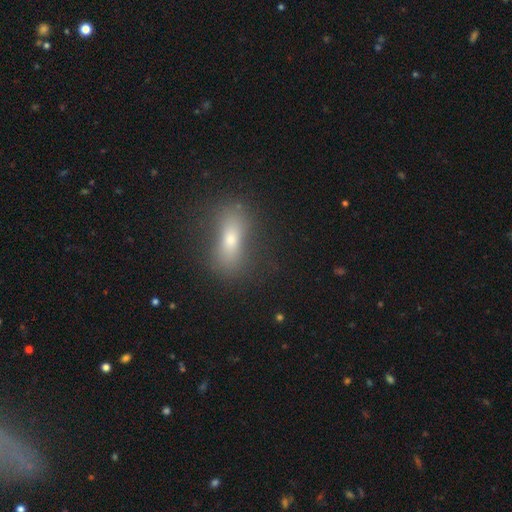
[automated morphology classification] smooth 59%, featured or disk 26%, star or artifact 15%. Down the decision tree: how rounded — in between (58%); merging — none (83%).